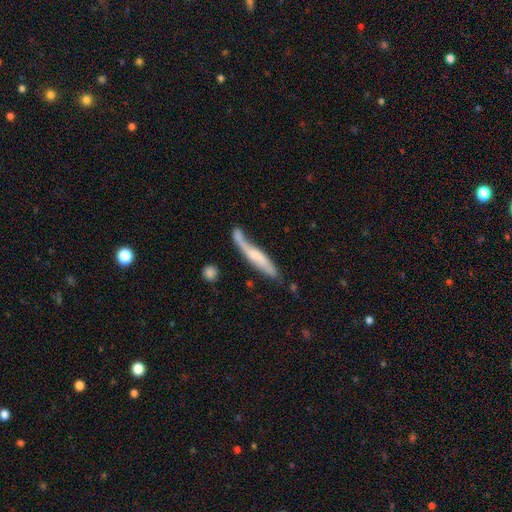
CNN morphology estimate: This appears to be a featured or disk galaxy (54%) viewed edge-on (61%). Merging: none (44%).